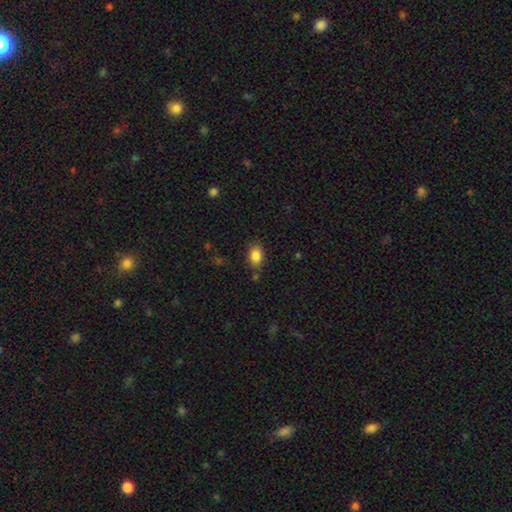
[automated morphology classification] smooth-or-featured: smooth: 86% | star or artifact: 9% | featured or disk: 5%
  how-rounded: in between: 80% | round: 19% | cigar-shaped: 1%
  merging: none: 79% | minor disturbance: 14% | merger: 4% | major disturbance: 3%